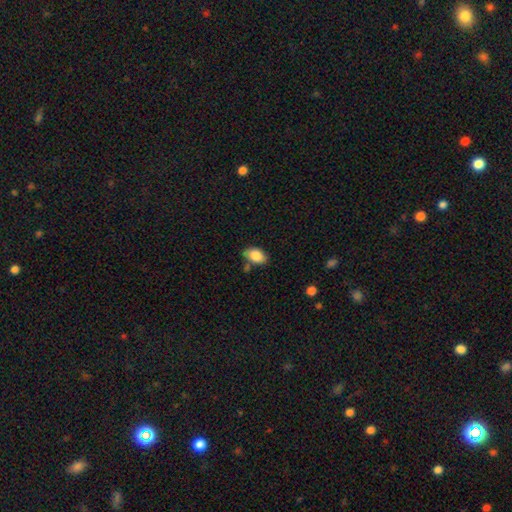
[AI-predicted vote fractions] smooth_or_featured: smooth (p=0.85) [alt: featured or disk p=0.08]
how_rounded: in between (p=0.89) [alt: round p=0.09]
merging: none (p=0.74) [alt: minor disturbance p=0.16]